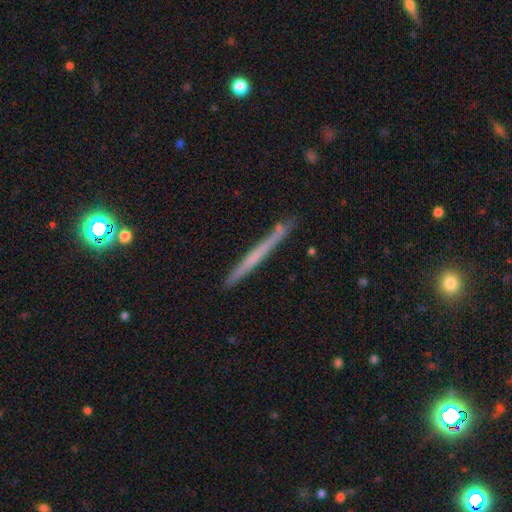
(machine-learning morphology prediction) Q: Smooth or featured?
A: featured or disk (51%); runner-up: smooth (42%)
Q: Edge-on disk?
A: yes (97%); runner-up: no (3%)
Q: Merging?
A: none (88%); runner-up: minor disturbance (9%)